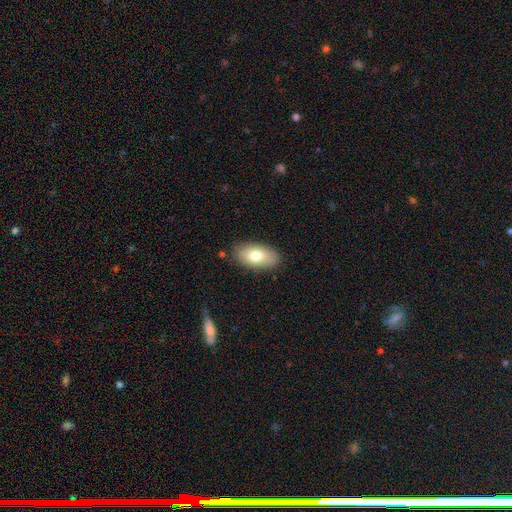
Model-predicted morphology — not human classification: This appears to be a smooth galaxy with no disk features (75%) that is in between round and cigar-shaped (93%). Merging: none (85%).